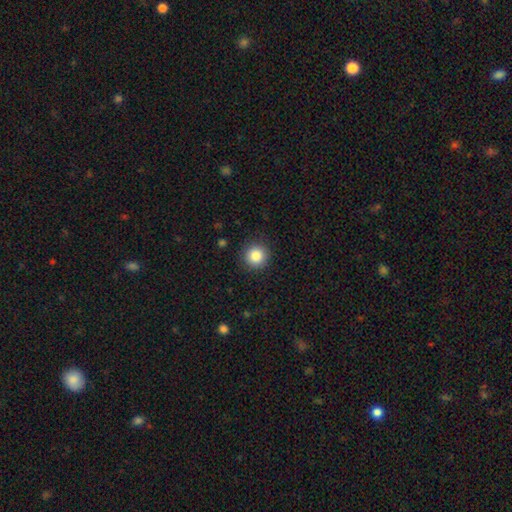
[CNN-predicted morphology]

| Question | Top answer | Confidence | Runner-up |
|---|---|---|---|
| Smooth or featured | smooth | 86% | star or artifact (10%) |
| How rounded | round | 95% | in between (4%) |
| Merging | none | 90% | minor disturbance (6%) |